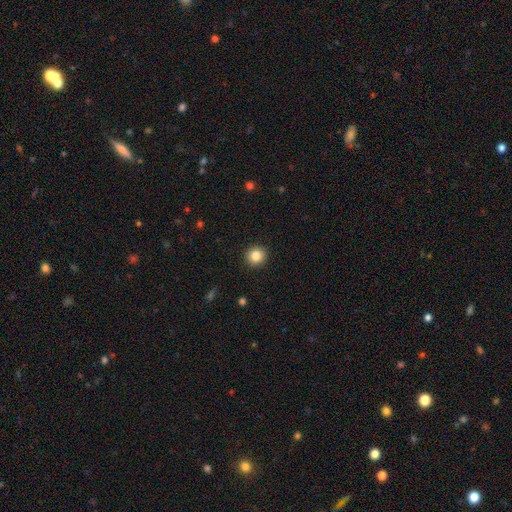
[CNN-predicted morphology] Q: Smooth or featured?
A: smooth (84%); runner-up: star or artifact (10%)
Q: How rounded?
A: round (90%); runner-up: in between (9%)
Q: Merging?
A: none (92%); runner-up: minor disturbance (5%)